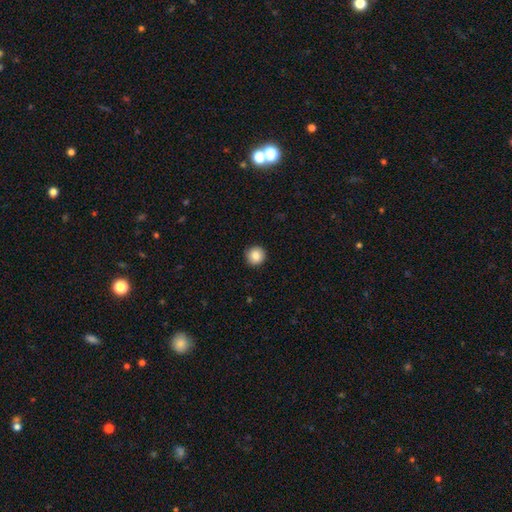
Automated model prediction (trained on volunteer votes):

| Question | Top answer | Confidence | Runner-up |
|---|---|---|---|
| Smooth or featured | smooth | 85% | star or artifact (9%) |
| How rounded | round | 95% | in between (4%) |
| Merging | none | 92% | minor disturbance (6%) |